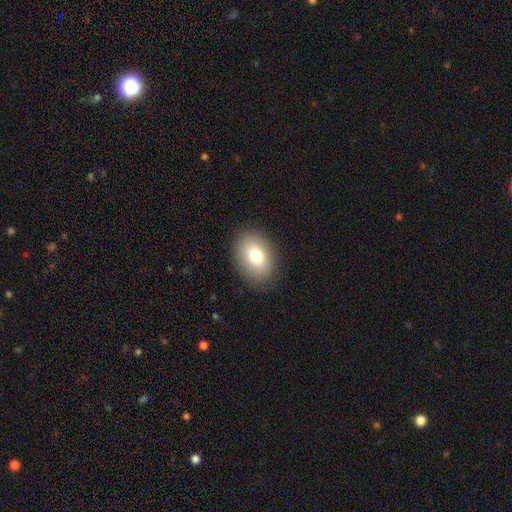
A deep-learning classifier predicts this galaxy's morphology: Q: Smooth or featured?
A: smooth (78%); runner-up: featured or disk (14%)
Q: How rounded?
A: in between (78%); runner-up: round (21%)
Q: Merging?
A: none (86%); runner-up: minor disturbance (9%)